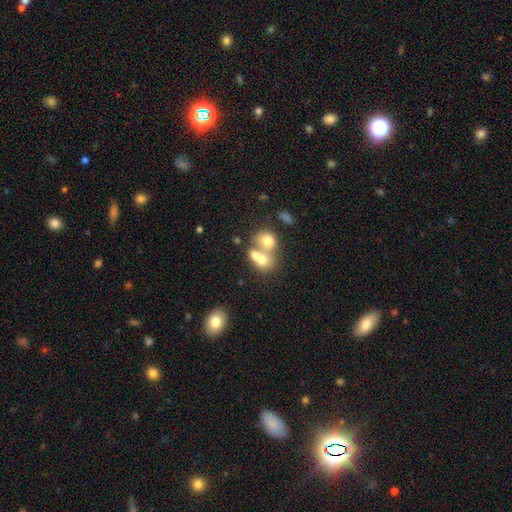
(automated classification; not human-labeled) Smooth or featured? smooth (64%)
How rounded? round (50%)
Merging? merger (68%)